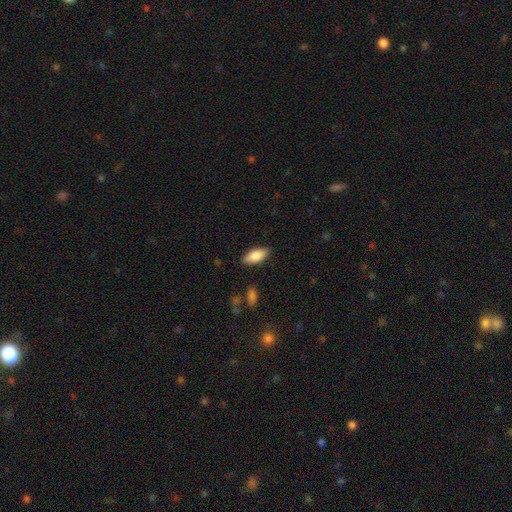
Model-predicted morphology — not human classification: smooth_or_featured: smooth (p=0.84) [alt: featured or disk p=0.09]
how_rounded: in between (p=0.86) [alt: cigar-shaped p=0.12]
merging: none (p=0.85) [alt: minor disturbance p=0.11]